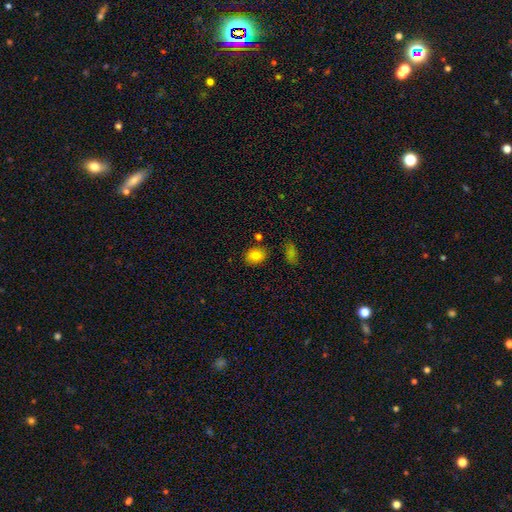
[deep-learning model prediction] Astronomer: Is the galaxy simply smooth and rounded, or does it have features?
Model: smooth — 82%.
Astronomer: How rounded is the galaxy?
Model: in between — 54% (runner-up: round, 45%).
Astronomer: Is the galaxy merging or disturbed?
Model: none — 82%.